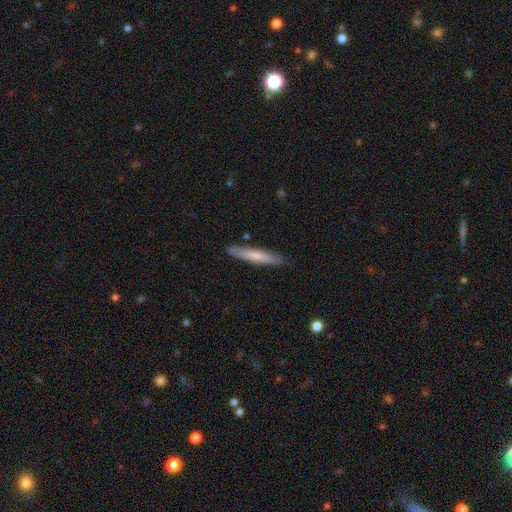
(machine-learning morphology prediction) The model was most divided on "smooth or featured": smooth: 65%, featured or disk: 30%, star or artifact: 5%. More confident: how rounded — cigar-shaped (94%); merging — none (88%).